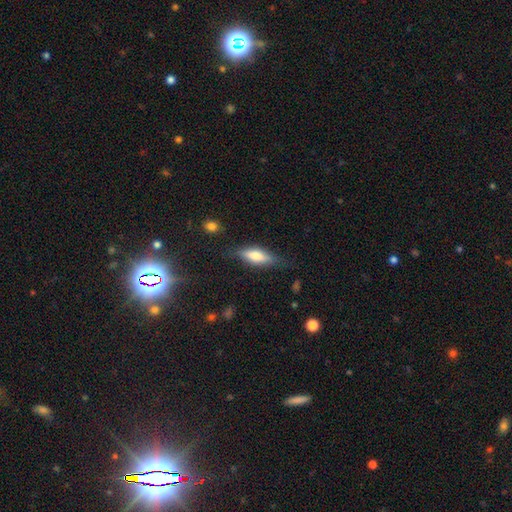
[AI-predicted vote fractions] Smooth or featured? Predicted: smooth (p=0.59). How rounded? Predicted: in between (p=0.53). Merging? Predicted: none (p=0.74).